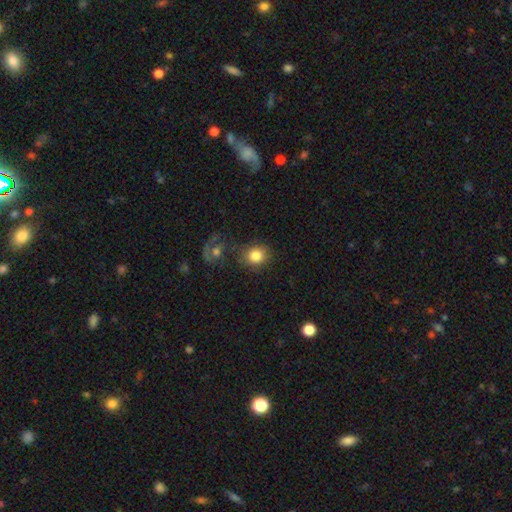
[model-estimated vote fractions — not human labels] A smooth galaxy with no disk features (82%) that is round (72%).

Vote fractions:
- Smooth or featured? smooth: 82% / featured or disk: 10% / star or artifact: 8%
- How rounded? round: 72% / in between: 27% / cigar-shaped: 1%
- Merging? none: 68% / merger: 13% / minor disturbance: 13% / major disturbance: 6%